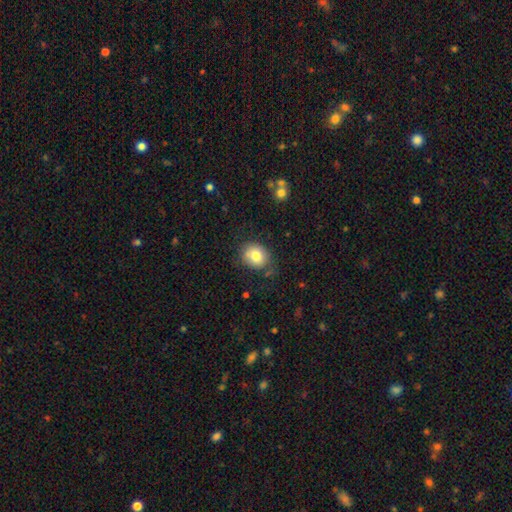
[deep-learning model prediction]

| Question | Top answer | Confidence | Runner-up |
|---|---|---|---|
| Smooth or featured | smooth | 80% | featured or disk (11%) |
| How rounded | round | 62% | in between (37%) |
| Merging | none | 74% | minor disturbance (18%) |